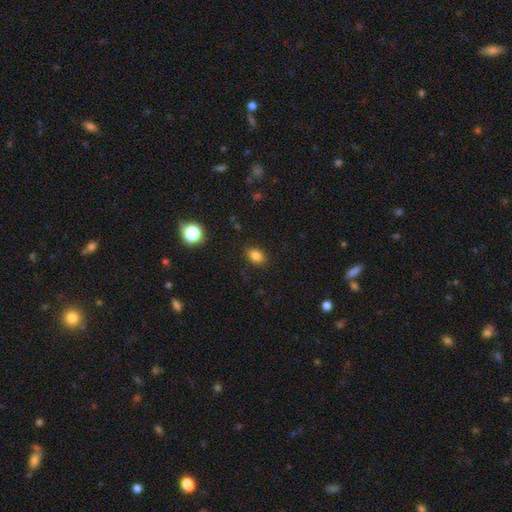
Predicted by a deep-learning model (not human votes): A smooth galaxy with no disk features (83%) that is in between round and cigar-shaped (72%).

Vote fractions:
- Smooth or featured? smooth: 83% / star or artifact: 12% / featured or disk: 5%
- How rounded? in between: 72% / round: 27% / cigar-shaped: 1%
- Merging? none: 87% / minor disturbance: 9% / major disturbance: 3% / merger: 1%